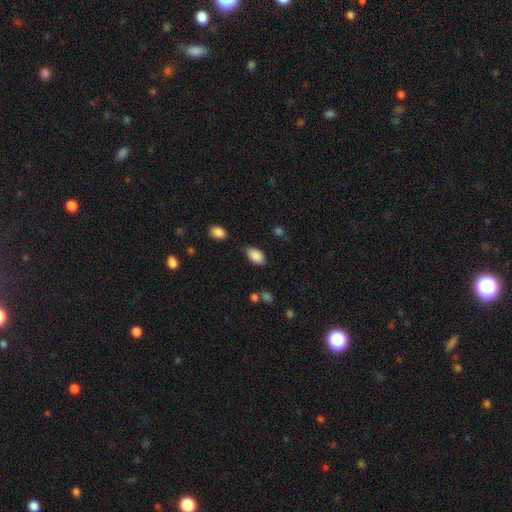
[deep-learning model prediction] Smooth or featured: smooth — 88% (star or artifact — 7%)
How rounded: in between — 93% (round — 5%)
Merging: none — 76% (minor disturbance — 17%)